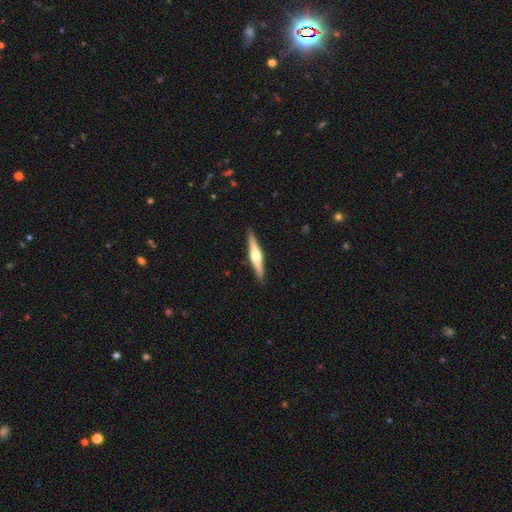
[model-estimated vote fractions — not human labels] The model was most divided on "smooth or featured": featured or disk: 69%, smooth: 27%, star or artifact: 5%. More confident: edge-on disk — yes (98%); edge-on bulge — rounded (92%); merging — none (91%).